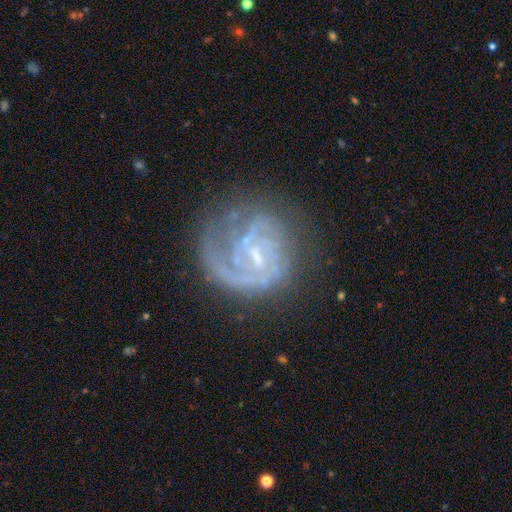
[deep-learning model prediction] Smooth or featured?
  - featured or disk: 82% *
  - smooth: 10%
  - star or artifact: 8%
Edge-on disk?
  - no: 98% *
  - yes: 2%
Bar?
  - weak: 54% *
  - no: 31%
  - strong: 15%
Spiral arms?
  - yes: 88% *
  - no: 12%
Spiral winding?
  - tight: 49% *
  - medium: 37%
  - loose: 15%
Spiral arm count?
  - can't tell: 28% * (tied)
  - 2: 28% * (tied)
  - 1: 20%
  - 3: 15%
  - 4: 5%
  - more than 4: 4%
Bulge size?
  - small: 55% *
  - none: 26%
  - moderate: 17%
  - large: 2%
  - dominant: 1%
Merging?
  - none: 56% *
  - major disturbance: 23%
  - minor disturbance: 18%
  - merger: 3%